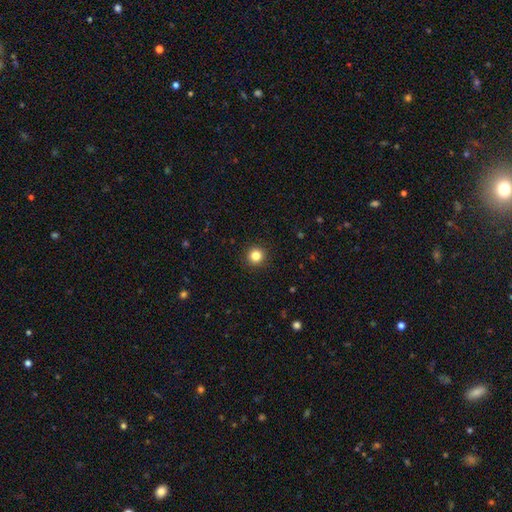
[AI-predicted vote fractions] The model was most divided on "smooth or featured": smooth: 83%, star or artifact: 12%, featured or disk: 5%. More confident: how rounded — round (95%); merging — none (93%).